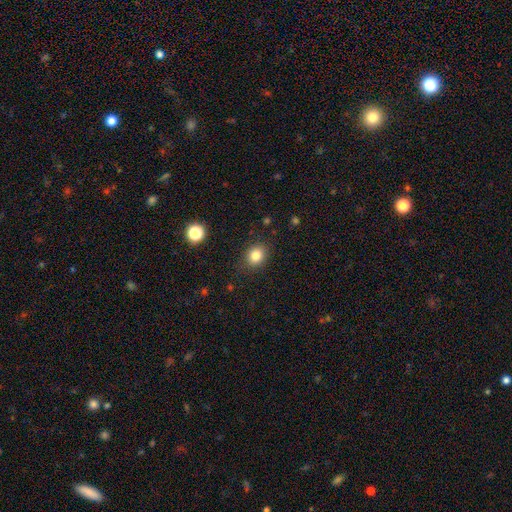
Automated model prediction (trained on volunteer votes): A smooth galaxy with no disk features (82%) that is round (56%).

Vote fractions:
- Smooth or featured? smooth: 82% / star or artifact: 11% / featured or disk: 6%
- How rounded? round: 56% / in between: 43% / cigar-shaped: 1%
- Merging? none: 85% / minor disturbance: 11% / major disturbance: 3% / merger: 1%